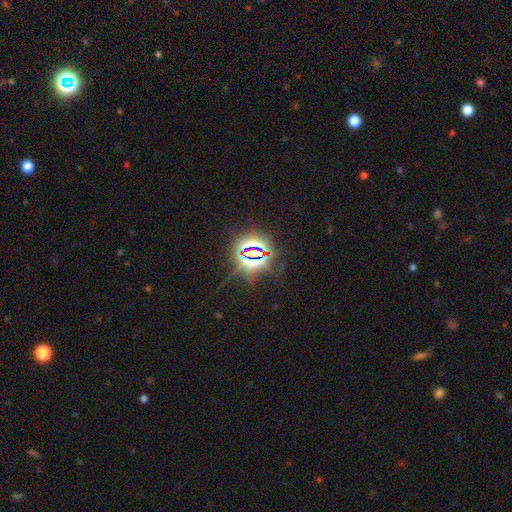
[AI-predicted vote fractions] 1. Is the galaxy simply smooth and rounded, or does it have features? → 80% star or artifact, 12% smooth, 8% featured or disk.